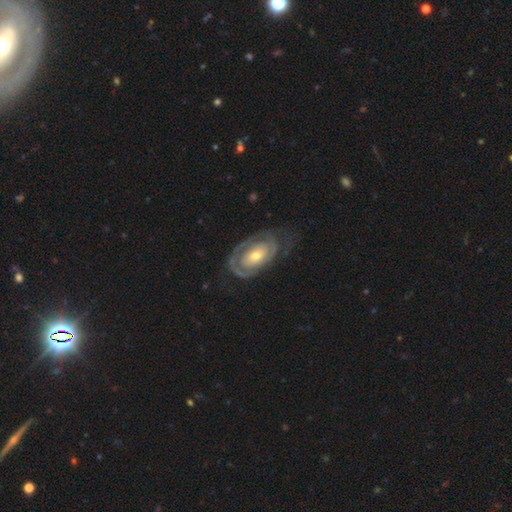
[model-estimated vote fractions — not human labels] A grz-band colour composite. It shows a featured or disk galaxy (75%) with no bar (76%), 1 (34%) tight (69%) spiral arms (74%) and a small central bulge (48%). Merging: none (59%).